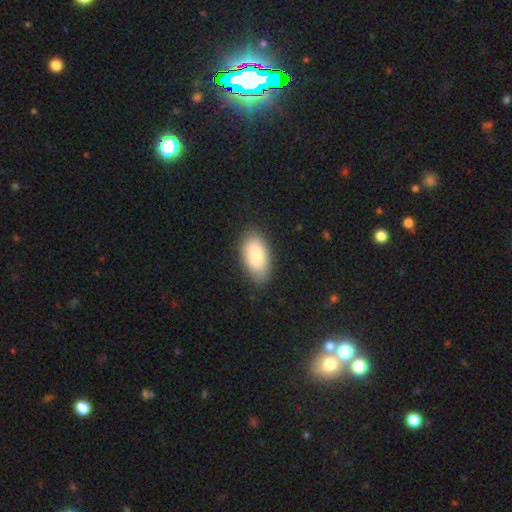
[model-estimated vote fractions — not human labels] Smooth or featured? Predicted: smooth (p=0.83). How rounded? Predicted: in between (p=0.94). Merging? Predicted: none (p=0.83).